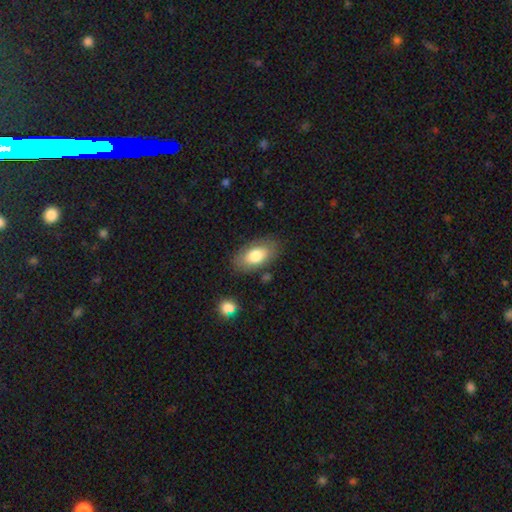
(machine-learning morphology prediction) This appears to be a smooth galaxy with no disk features (75%) that is in between round and cigar-shaped (92%). Merging: none (80%).